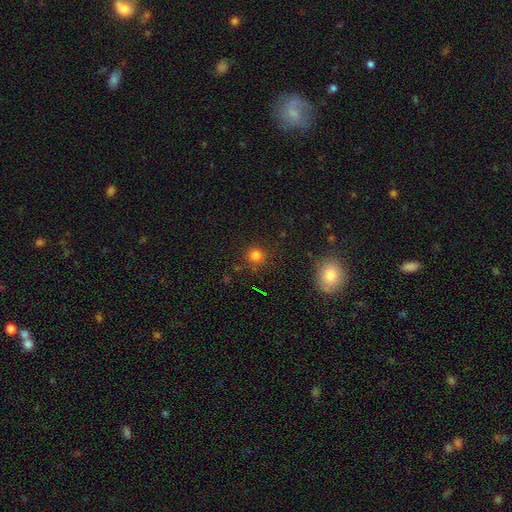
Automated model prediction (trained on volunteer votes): Q: Smooth or featured?
A: smooth (78%); runner-up: star or artifact (16%)
Q: How rounded?
A: round (91%); runner-up: in between (8%)
Q: Merging?
A: none (85%); runner-up: minor disturbance (8%)